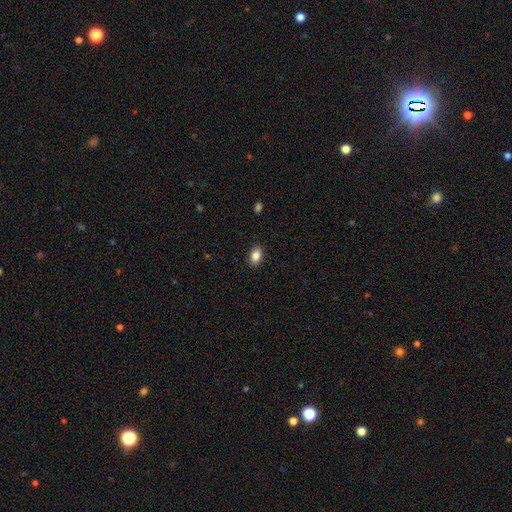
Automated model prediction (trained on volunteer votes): This is clearly a smooth galaxy (85%). How rounded: clearly in between (87%). Merging: clearly none (89%).